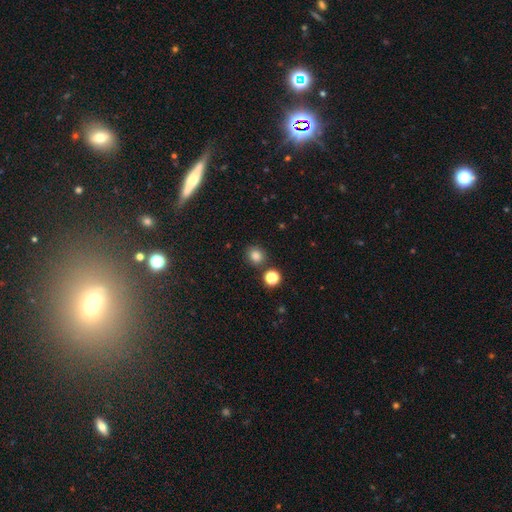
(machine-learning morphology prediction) Q: Smooth or featured?
A: smooth (82%); runner-up: star or artifact (14%)
Q: How rounded?
A: round (78%); runner-up: in between (21%)
Q: Merging?
A: none (81%); runner-up: minor disturbance (9%)